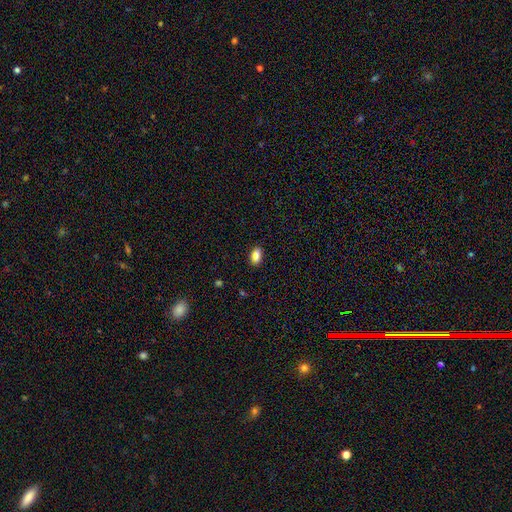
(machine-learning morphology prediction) This is clearly a smooth galaxy (86%). How rounded: clearly in between (89%). Merging: clearly none (88%).